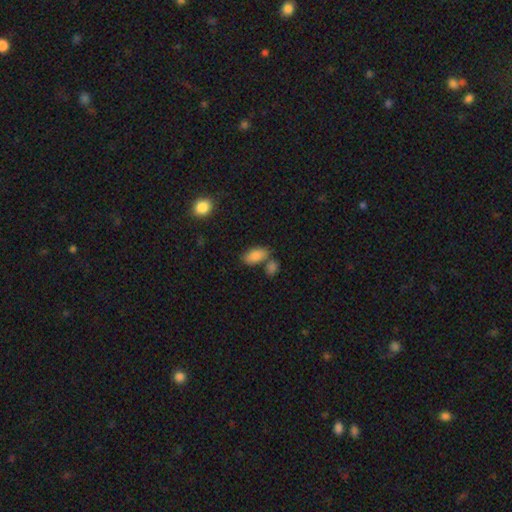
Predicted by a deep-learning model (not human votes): smooth_or_featured: smooth (p=0.84) [alt: featured or disk p=0.08]
how_rounded: in between (p=0.92) [alt: round p=0.05]
merging: none (p=0.62) [alt: merger p=0.20]